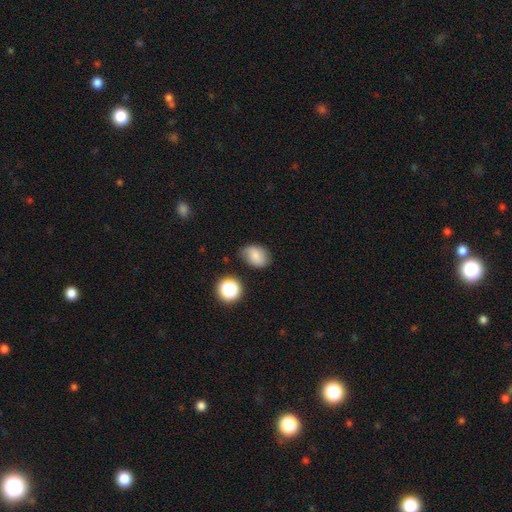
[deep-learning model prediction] smooth-or-featured: smooth: 77% | featured or disk: 11% | star or artifact: 11%
  how-rounded: in between: 71% | round: 28% | cigar-shaped: 1%
  merging: none: 70% | minor disturbance: 23% | major disturbance: 5% | merger: 3%